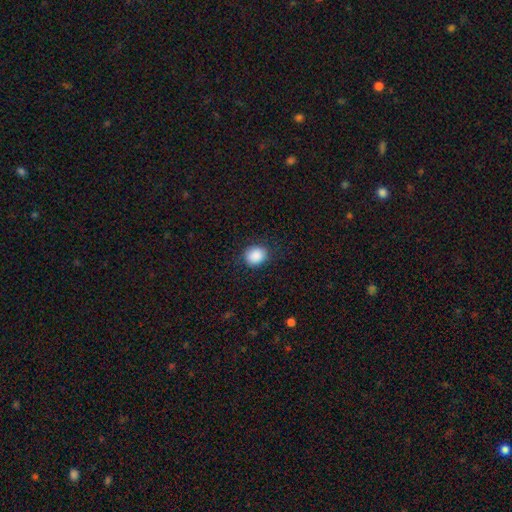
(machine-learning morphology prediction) smooth-or-featured: smooth: 89% | star or artifact: 8% | featured or disk: 3%
  how-rounded: round: 67% | in between: 32% | cigar-shaped: 1%
  merging: none: 85% | minor disturbance: 10% | major disturbance: 3% | merger: 1%